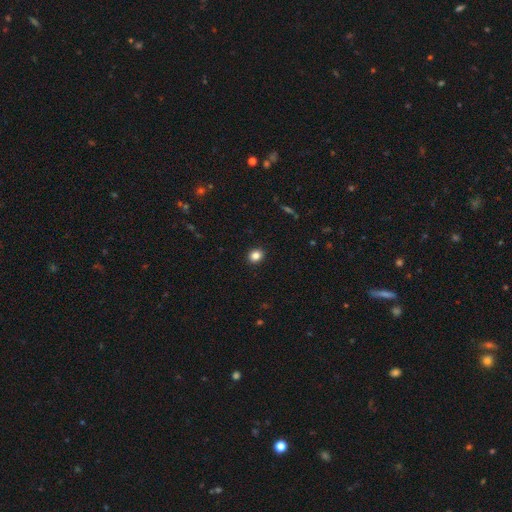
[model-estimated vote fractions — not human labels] Smooth or featured?
  - smooth: 85% *
  - star or artifact: 11%
  - featured or disk: 4%
How rounded?
  - round: 71% *
  - in between: 28%
  - cigar-shaped: 1%
Merging?
  - none: 92% *
  - minor disturbance: 6%
  - major disturbance: 2%
  - merger: 1%